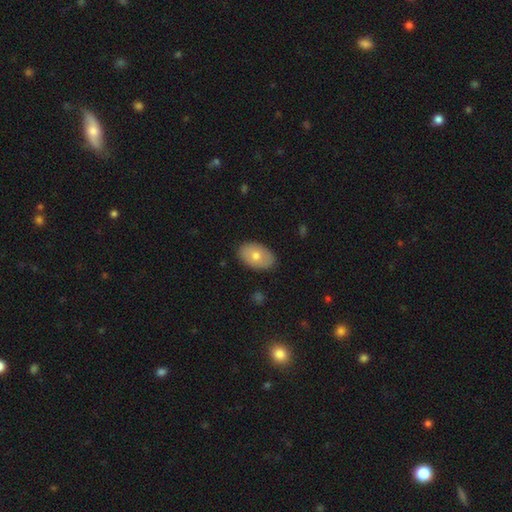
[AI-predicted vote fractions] Smooth or featured? smooth (70%)
How rounded? in between (89%)
Merging? none (87%)